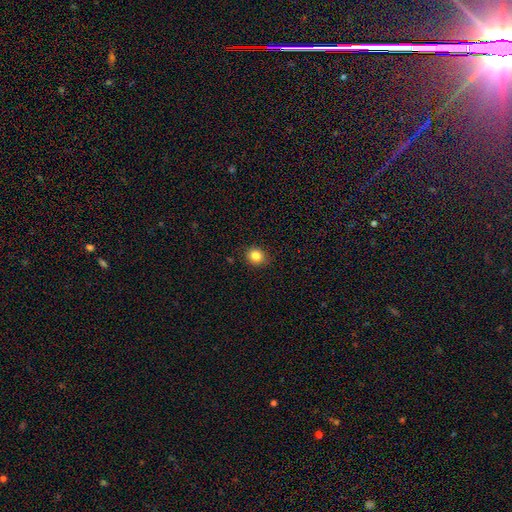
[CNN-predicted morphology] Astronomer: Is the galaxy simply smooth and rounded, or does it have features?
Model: smooth — 84%.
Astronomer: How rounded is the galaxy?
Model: round — 76%.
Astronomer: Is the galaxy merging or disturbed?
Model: none — 89%.